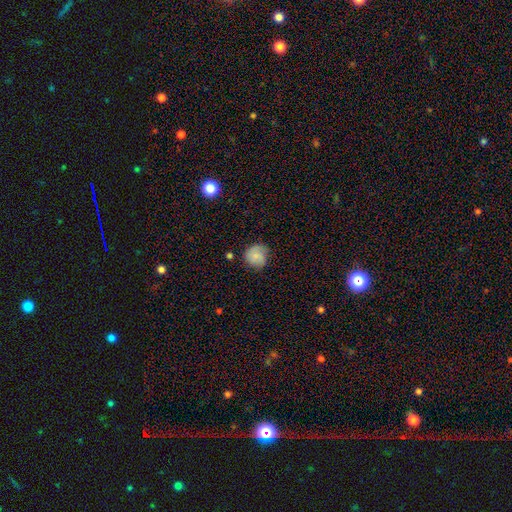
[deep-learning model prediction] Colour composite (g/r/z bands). It shows a smooth galaxy with no disk features (69%) that is round (87%). Merging: none (69%).